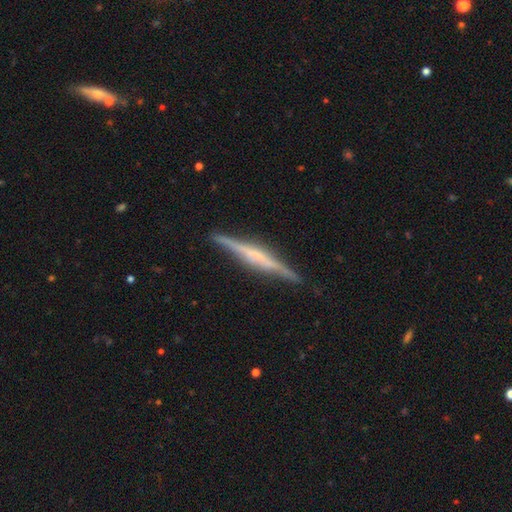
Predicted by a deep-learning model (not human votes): smooth-or-featured: featured or disk: 78% | smooth: 16% | star or artifact: 6%
  disk-edge-on: yes: 98% | no: 2%
    edge-on-bulge: rounded: 40% | boxy: 35% | none: 25%
  merging: none: 89% | minor disturbance: 8% | major disturbance: 2% | merger: 1%